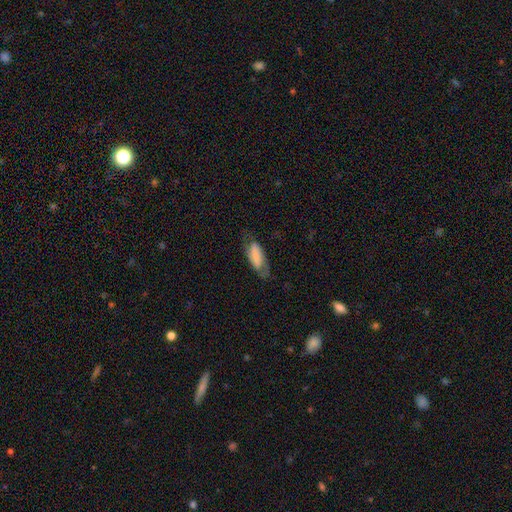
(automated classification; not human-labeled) Smooth or featured: smooth — 55% (featured or disk — 38%)
How rounded: in between — 78% (cigar-shaped — 19%)
Merging: none — 54% (minor disturbance — 27%)